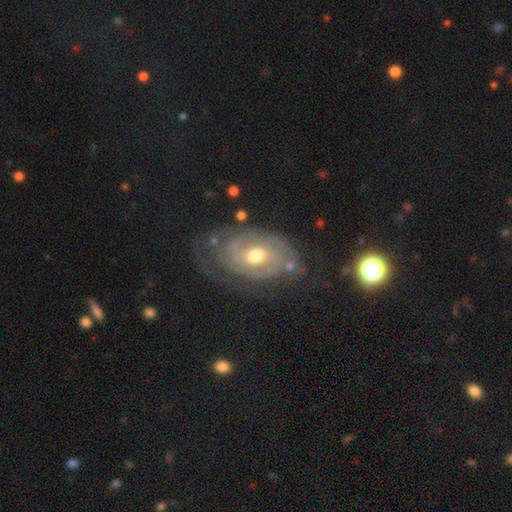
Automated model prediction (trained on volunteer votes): Smooth or featured: featured or disk — 85% (smooth — 10%)
Edge-on disk: no — 96% (yes — 4%)
Bar: no — 57% (weak — 34%)
Spiral arms: yes — 92% (no — 8%)
Spiral winding: tight — 68% (medium — 25%)
Spiral arm count: 2 — 45% (can't tell — 30%)
Bulge size: moderate — 73% (small — 19%)
Merging: none — 66% (minor disturbance — 20%)